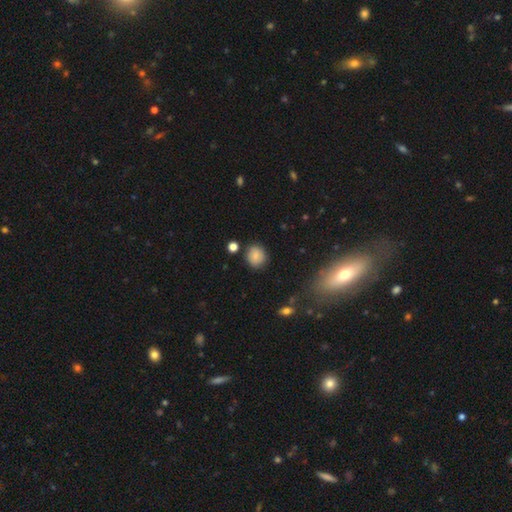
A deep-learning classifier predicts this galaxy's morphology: Smooth or featured? smooth (82%)
How rounded? round (77%)
Merging? none (82%)